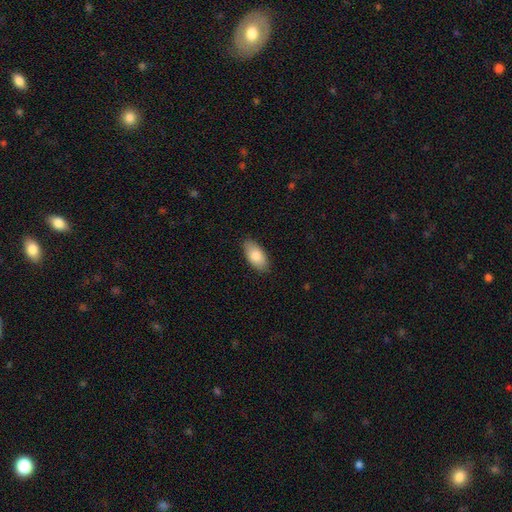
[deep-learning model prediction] smooth 84%, featured or disk 10%, star or artifact 6%. Down the decision tree: how rounded — in between (93%); merging — none (86%).